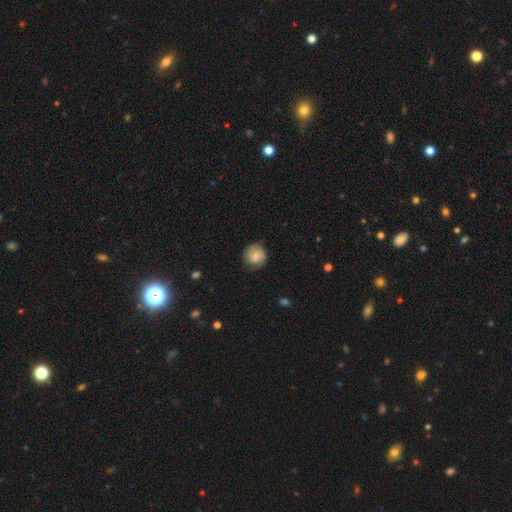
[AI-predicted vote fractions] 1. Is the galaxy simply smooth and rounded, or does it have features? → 68% smooth, 24% featured or disk, 8% star or artifact.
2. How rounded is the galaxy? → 87% round, 12% in between, 1% cigar-shaped.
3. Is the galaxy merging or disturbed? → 75% none, 18% minor disturbance, 5% major disturbance, 1% merger.